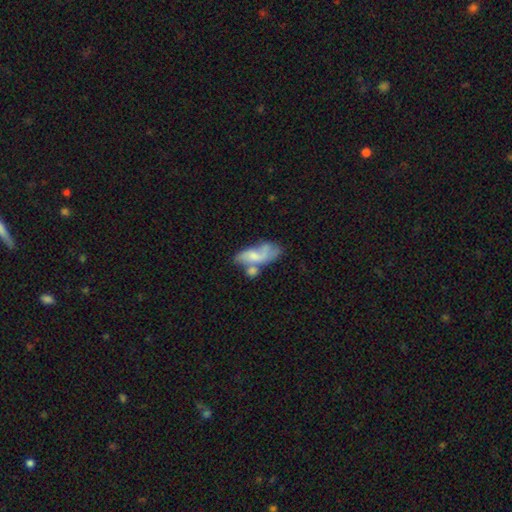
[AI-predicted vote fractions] This is possibly a smooth galaxy (50%). How rounded: clearly in between (83%). Merging: marginally merger (39%).